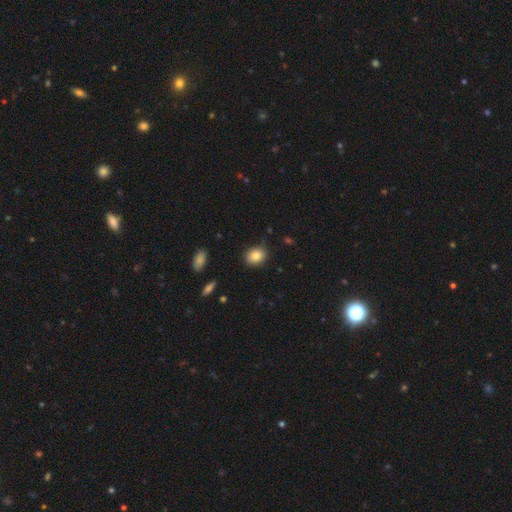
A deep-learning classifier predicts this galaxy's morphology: Q: Smooth or featured?
A: smooth (84%); runner-up: star or artifact (9%)
Q: How rounded?
A: round (51%); runner-up: in between (48%)
Q: Merging?
A: none (83%); runner-up: minor disturbance (13%)